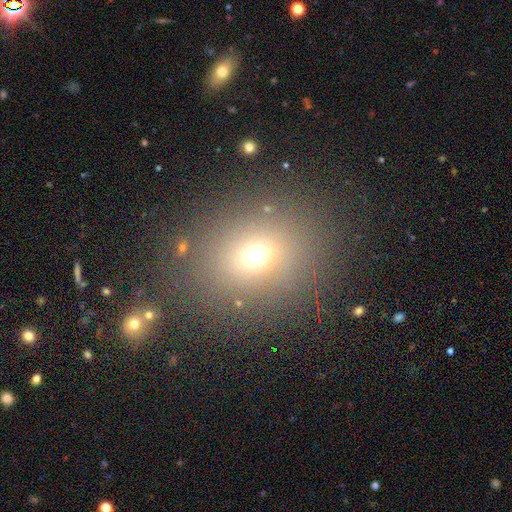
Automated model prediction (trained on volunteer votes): smooth-or-featured: smooth: 67% | star or artifact: 22% | featured or disk: 10%
  how-rounded: round: 59% | in between: 40% | cigar-shaped: 1%
  merging: none: 82% | minor disturbance: 9% | major disturbance: 5% | merger: 4%